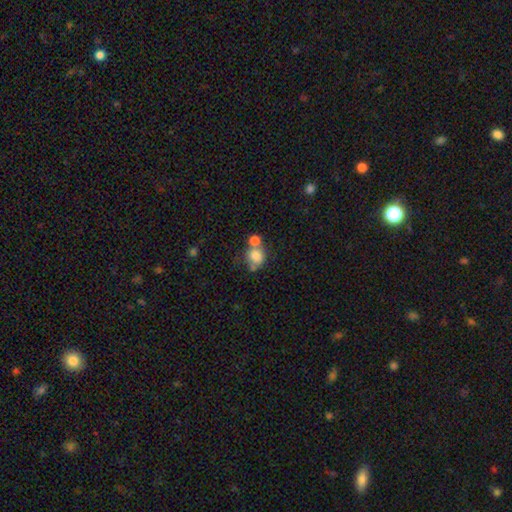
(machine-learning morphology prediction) Q: Smooth or featured?
A: smooth (78%); runner-up: featured or disk (12%)
Q: How rounded?
A: round (78%); runner-up: in between (21%)
Q: Merging?
A: none (42%); tied with: merger (42%)